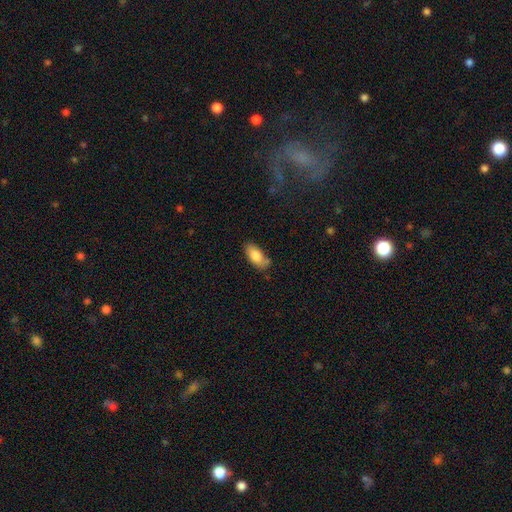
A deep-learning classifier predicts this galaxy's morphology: This is clearly a smooth galaxy (82%). How rounded: clearly in between (87%). Merging: likely none (68%).